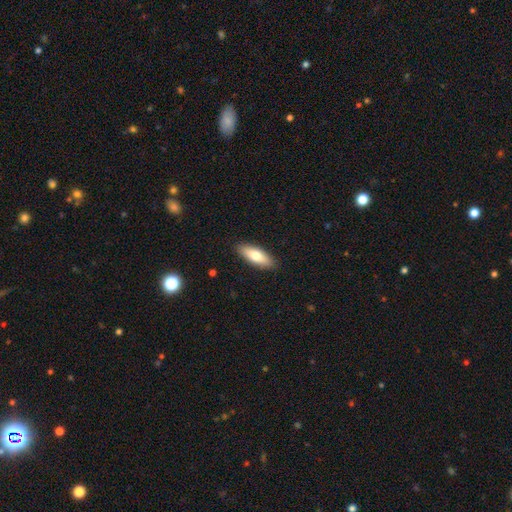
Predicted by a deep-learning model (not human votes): Smooth or featured: smooth — 73% (featured or disk — 21%)
How rounded: in between — 64% (cigar-shaped — 34%)
Merging: none — 89% (minor disturbance — 8%)